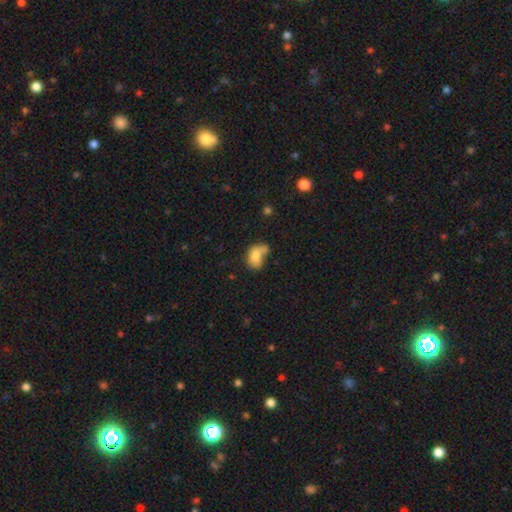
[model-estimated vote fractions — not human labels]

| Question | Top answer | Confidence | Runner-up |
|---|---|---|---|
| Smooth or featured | smooth | 71% | featured or disk (19%) |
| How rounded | in between | 79% | round (20%) |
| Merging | merger | 38% | none (24%) |